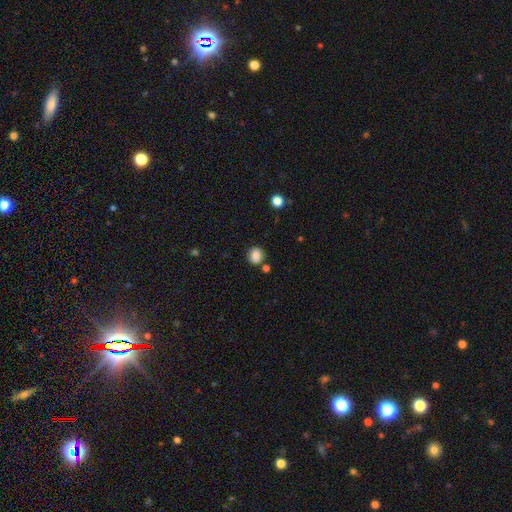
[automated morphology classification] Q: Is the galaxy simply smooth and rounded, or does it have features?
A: smooth — 85%.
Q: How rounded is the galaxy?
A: round — 65%.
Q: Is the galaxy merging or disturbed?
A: none — 76%.